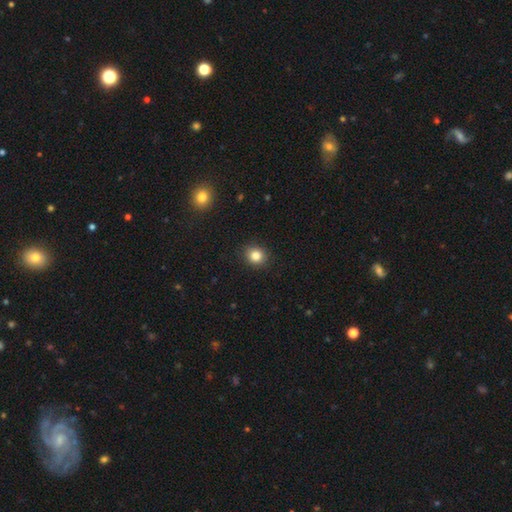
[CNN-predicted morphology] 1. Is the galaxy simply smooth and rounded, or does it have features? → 83% smooth, 11% star or artifact, 6% featured or disk.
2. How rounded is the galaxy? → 81% round, 18% in between, 1% cigar-shaped.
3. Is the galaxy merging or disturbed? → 90% none, 7% minor disturbance, 2% major disturbance, 1% merger.